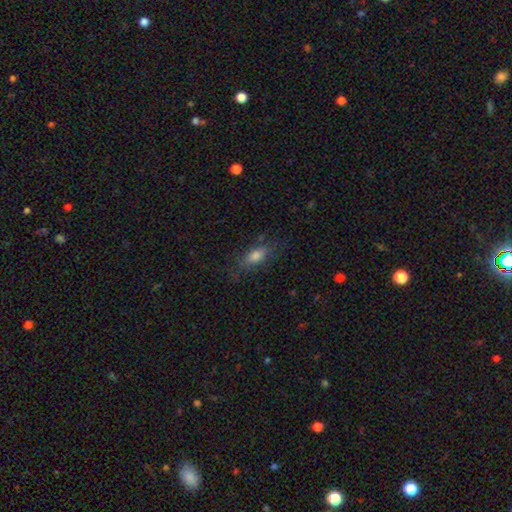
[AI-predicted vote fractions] The model was most divided on "merging": none: 71%, minor disturbance: 19%, major disturbance: 8%, merger: 2%. More confident: how rounded — in between (74%); smooth or featured — smooth (72%).